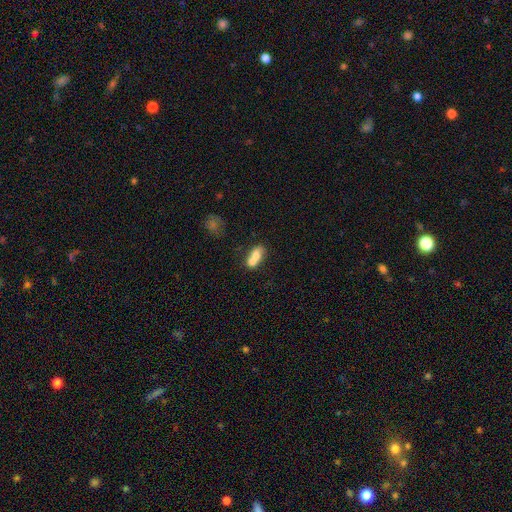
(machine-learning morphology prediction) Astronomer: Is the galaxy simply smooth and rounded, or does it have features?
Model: smooth — 65%.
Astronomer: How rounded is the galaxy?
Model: in between — 68%.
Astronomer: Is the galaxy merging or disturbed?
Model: merger — 65%.